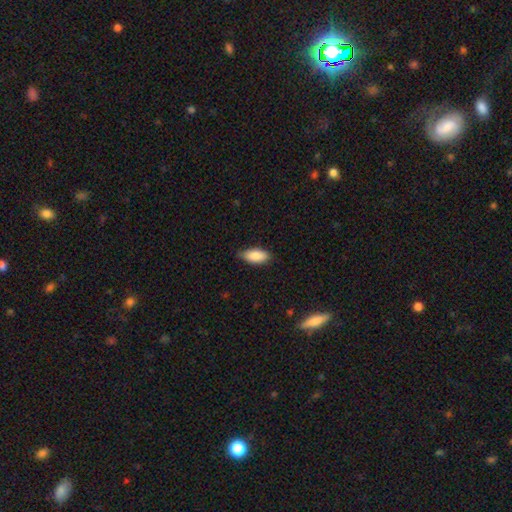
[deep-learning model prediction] Smooth or featured? Predicted: smooth (p=0.87). How rounded? Predicted: in between (p=0.89). Merging? Predicted: none (p=0.76).